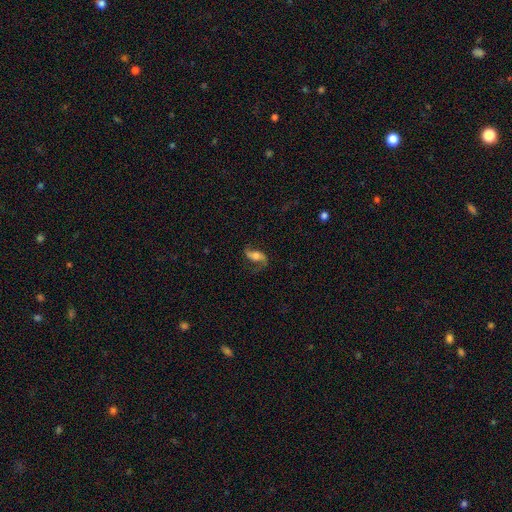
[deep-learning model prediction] Smooth or featured? featured or disk (76%)
Edge-on disk? no (93%)
Bar? no (45%)
Spiral arms? yes (94%)
Spiral winding? loose (69%)
Spiral arm count? 2 (89%)
Bulge size? moderate (44%)
Merging? none (67%)